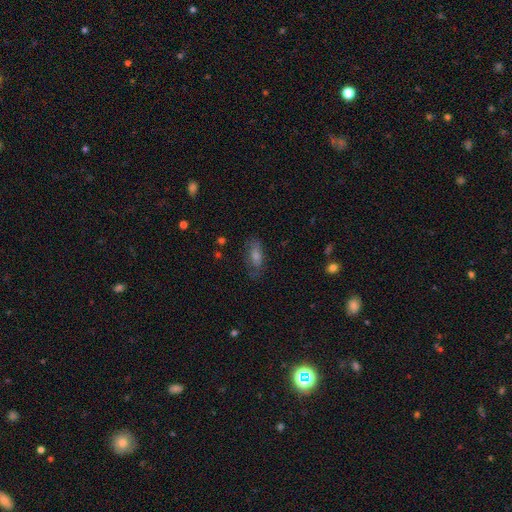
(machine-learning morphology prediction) This is possibly a smooth galaxy (46%). Merging: likely none (74%).